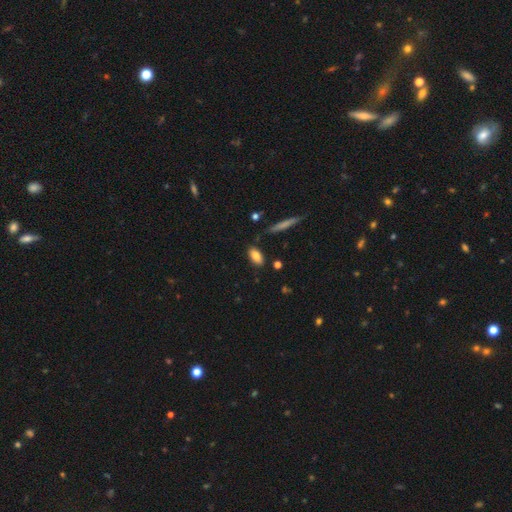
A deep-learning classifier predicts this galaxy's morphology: Q: Smooth or featured?
A: smooth (82%); runner-up: featured or disk (10%)
Q: How rounded?
A: in between (84%); runner-up: cigar-shaped (12%)
Q: Merging?
A: none (82%); runner-up: minor disturbance (12%)